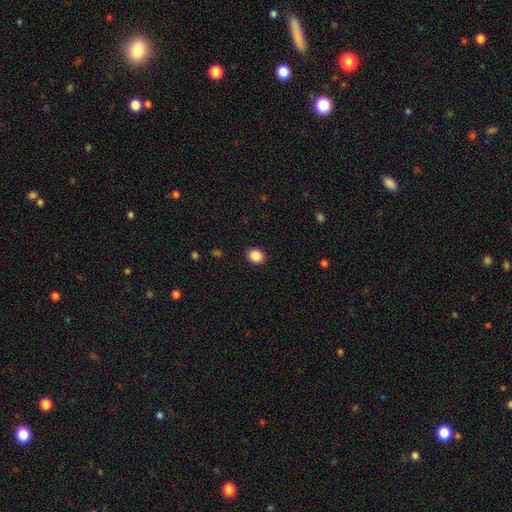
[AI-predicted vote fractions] A smooth galaxy with no disk features (87%) that is round (66%). Merging: none (91%).